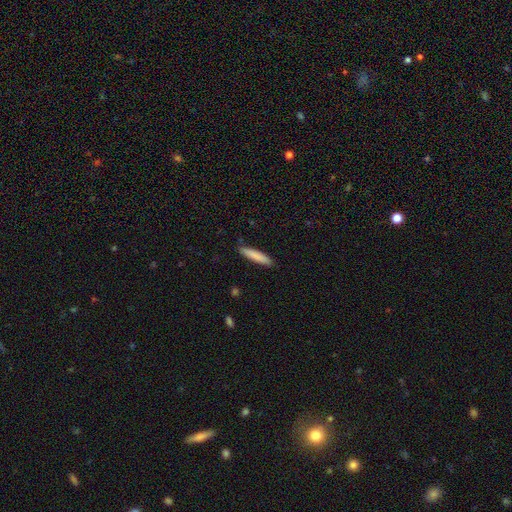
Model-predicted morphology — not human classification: smooth-or-featured: smooth: 83% | featured or disk: 11% | star or artifact: 6%
  how-rounded: cigar-shaped: 88% | in between: 11% | round: 1%
  merging: none: 88% | minor disturbance: 9% | major disturbance: 2% | merger: 1%